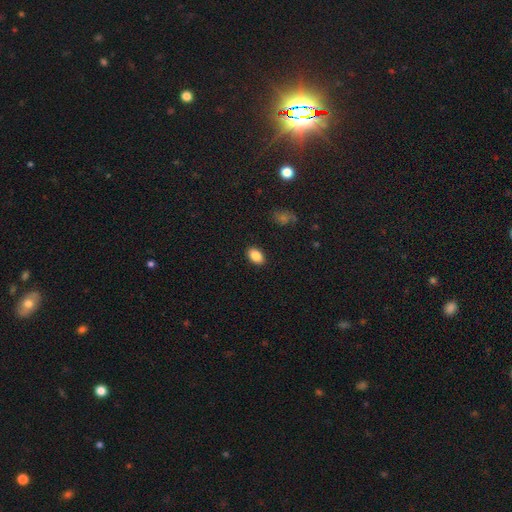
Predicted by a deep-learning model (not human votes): smooth-or-featured: smooth: 87% | star or artifact: 8% | featured or disk: 5%
  how-rounded: in between: 89% | round: 9% | cigar-shaped: 1%
  merging: none: 89% | minor disturbance: 8% | major disturbance: 2% | merger: 1%